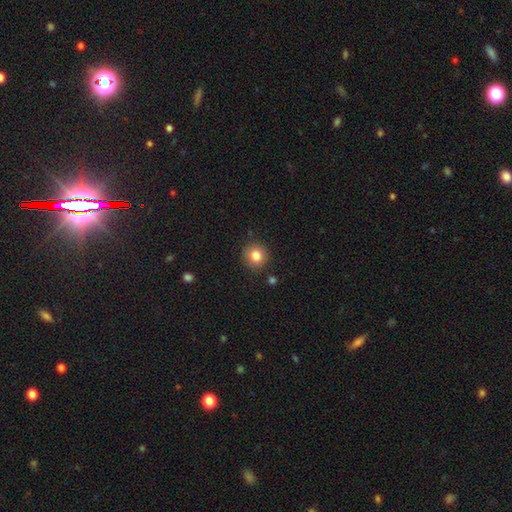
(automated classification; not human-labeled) smooth-or-featured: smooth: 82% | star or artifact: 10% | featured or disk: 7%
  how-rounded: round: 89% | in between: 10% | cigar-shaped: 1%
  merging: none: 87% | minor disturbance: 8% | major disturbance: 2% | merger: 2%